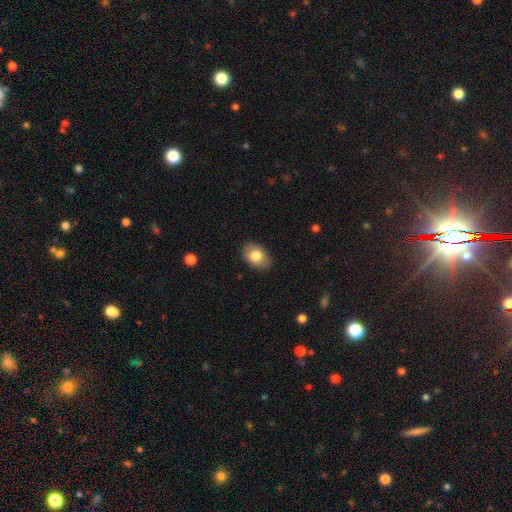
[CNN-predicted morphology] A smooth galaxy with no disk features (82%) that is in between round and cigar-shaped (79%).

Vote fractions:
- Smooth or featured? smooth: 82% / featured or disk: 11% / star or artifact: 7%
- How rounded? in between: 79% / round: 20% / cigar-shaped: 1%
- Merging? none: 85% / minor disturbance: 12% / major disturbance: 3% / merger: 1%